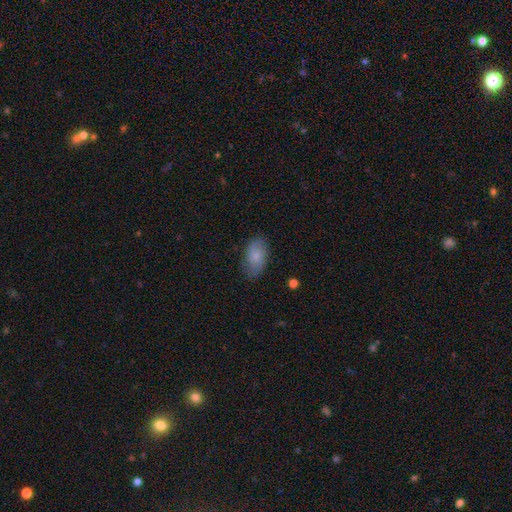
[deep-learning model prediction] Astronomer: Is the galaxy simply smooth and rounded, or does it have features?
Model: smooth — 79%.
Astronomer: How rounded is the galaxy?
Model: in between — 93%.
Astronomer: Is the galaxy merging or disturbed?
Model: none — 79%.